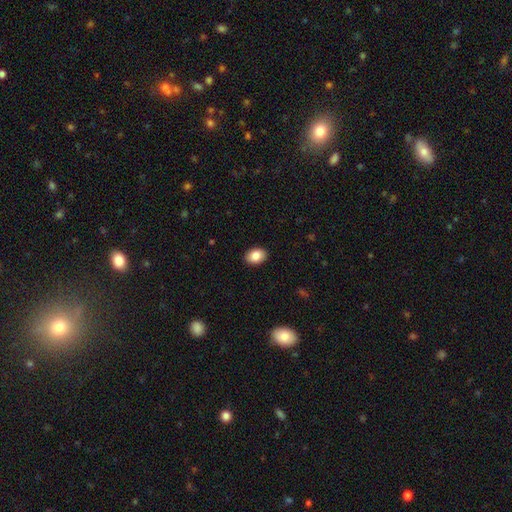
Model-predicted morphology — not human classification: Smooth or featured? smooth (86%)
How rounded? in between (80%)
Merging? none (90%)